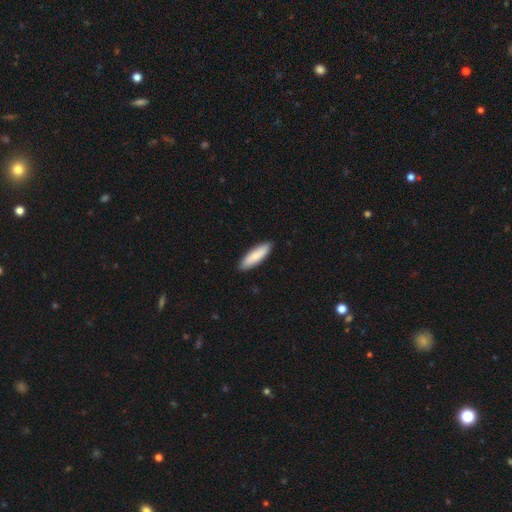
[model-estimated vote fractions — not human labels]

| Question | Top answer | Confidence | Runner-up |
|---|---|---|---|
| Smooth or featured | smooth | 85% | featured or disk (10%) |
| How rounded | cigar-shaped | 59% | in between (39%) |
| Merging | none | 90% | minor disturbance (8%) |